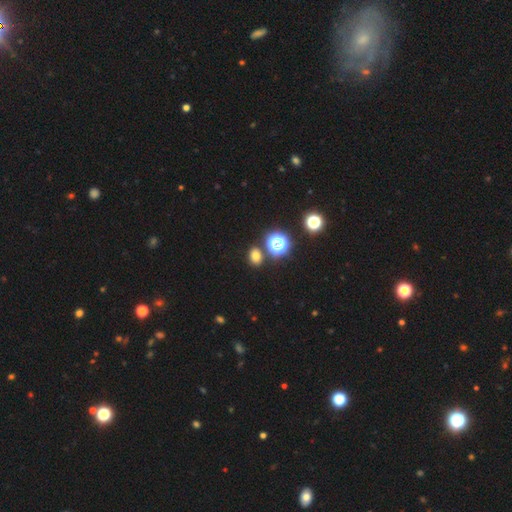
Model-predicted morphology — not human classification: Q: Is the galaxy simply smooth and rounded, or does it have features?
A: smooth — 72%.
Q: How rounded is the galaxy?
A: in between — 53%.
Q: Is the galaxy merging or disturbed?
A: none — 81%.